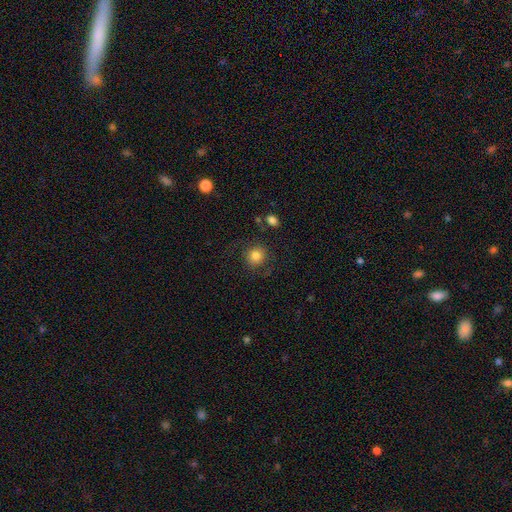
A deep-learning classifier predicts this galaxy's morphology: Q: Smooth or featured?
A: smooth (80%); runner-up: featured or disk (11%)
Q: How rounded?
A: round (89%); runner-up: in between (10%)
Q: Merging?
A: none (78%); runner-up: minor disturbance (12%)